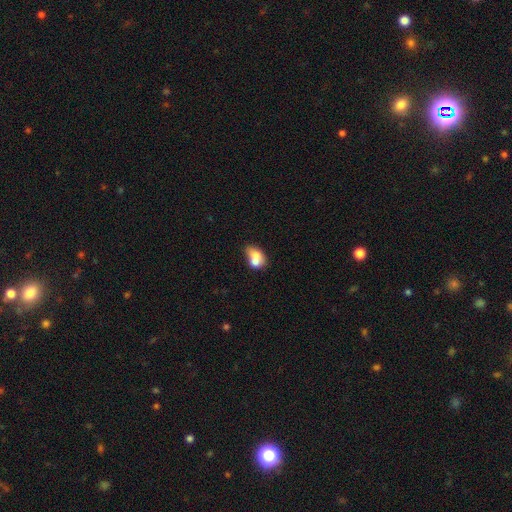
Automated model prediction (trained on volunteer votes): Smooth or featured? Predicted: smooth (p=0.67). How rounded? Predicted: in between (p=0.65). Merging? Predicted: merger (p=0.62).